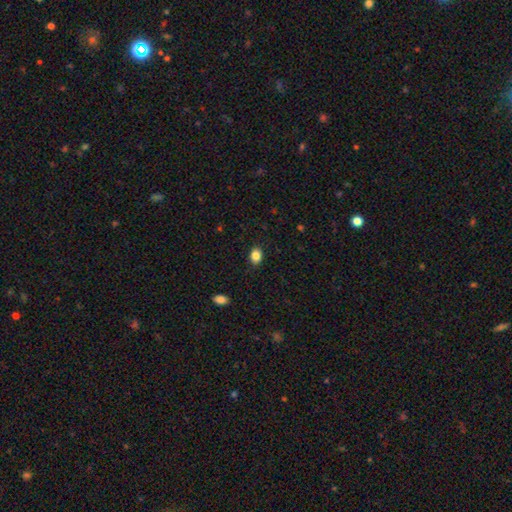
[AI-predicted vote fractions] Morphology: type=smooth (85%); roundness=in between (67%); merging=none (88%).